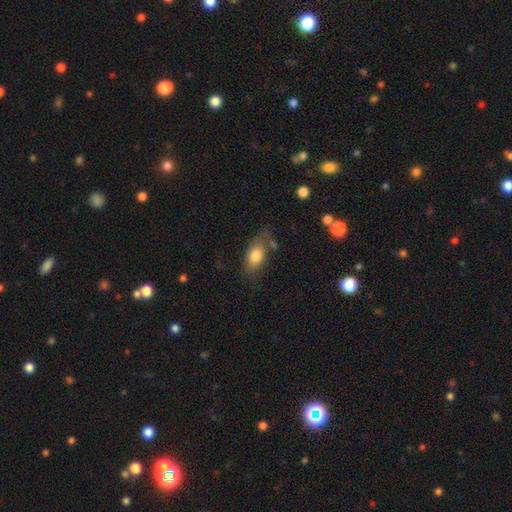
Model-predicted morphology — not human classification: A smooth galaxy with no disk features (79%) that is in between round and cigar-shaped (87%). Merging: none (60%).